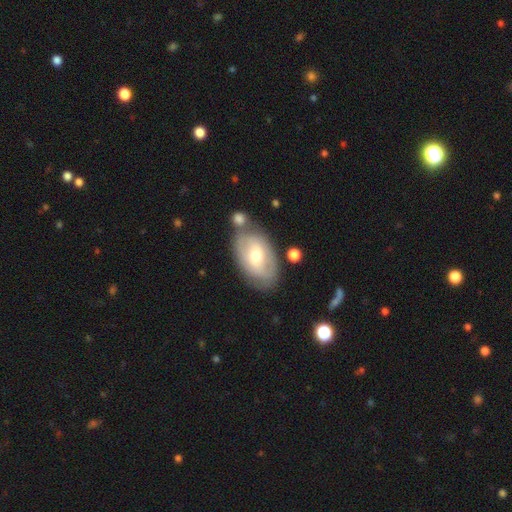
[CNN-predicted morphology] Smooth or featured: featured or disk — 52% (smooth — 42%)
Edge-on disk: no — 91% (yes — 9%)
Merging: none — 61% (minor disturbance — 18%)